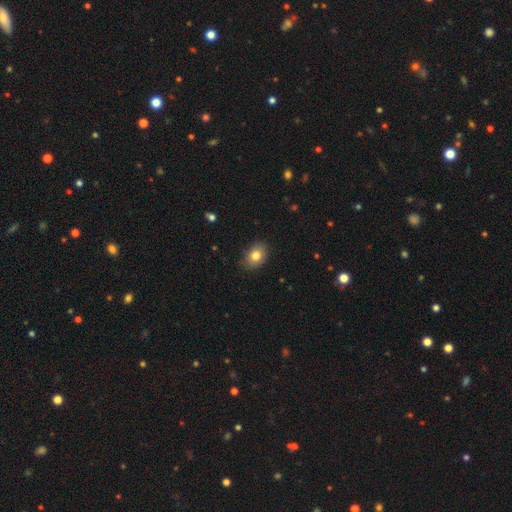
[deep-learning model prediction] A smooth galaxy with no disk features (82%) that is in between round and cigar-shaped (67%). Merging: none (84%).